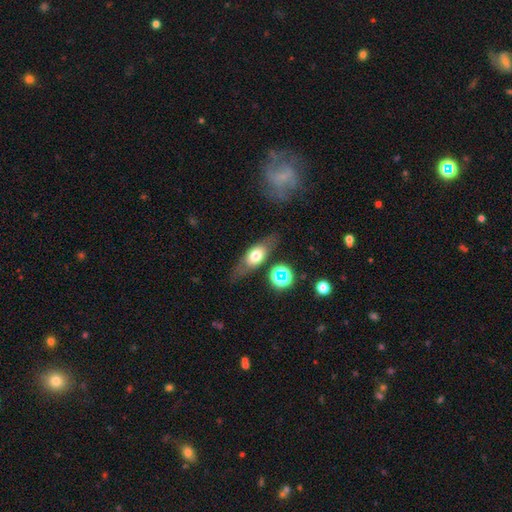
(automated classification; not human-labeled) Q: Smooth or featured?
A: smooth (53%); runner-up: featured or disk (37%)
Q: How rounded?
A: in between (64%); runner-up: cigar-shaped (23%)
Q: Merging?
A: none (72%); runner-up: minor disturbance (16%)